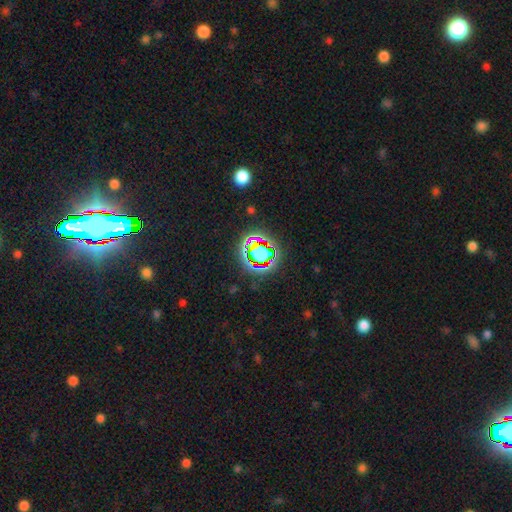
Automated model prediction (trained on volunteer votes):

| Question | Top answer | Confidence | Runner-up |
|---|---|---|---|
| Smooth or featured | star or artifact | 63% | smooth (22%) |